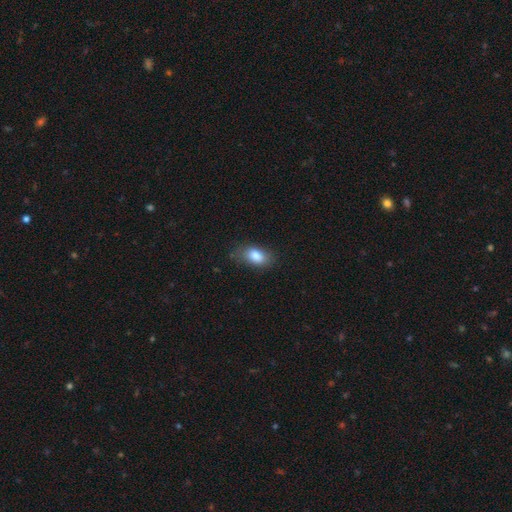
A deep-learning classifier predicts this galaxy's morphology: Q: Smooth or featured?
A: smooth (83%); runner-up: featured or disk (9%)
Q: How rounded?
A: in between (88%); runner-up: round (9%)
Q: Merging?
A: none (73%); runner-up: minor disturbance (20%)